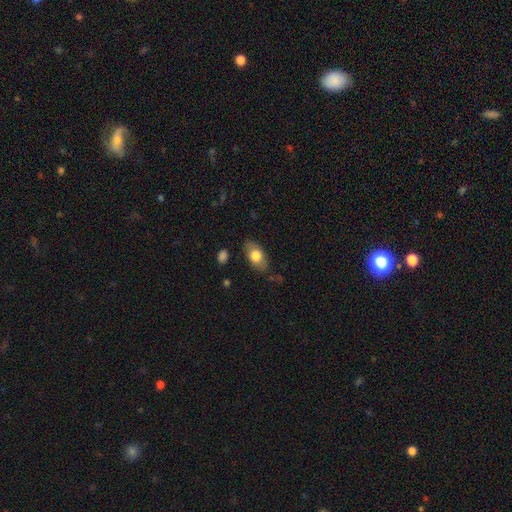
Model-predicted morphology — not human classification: This appears to be a smooth galaxy with no disk features (71%) that is in between round and cigar-shaped (90%). Merging: none (78%).